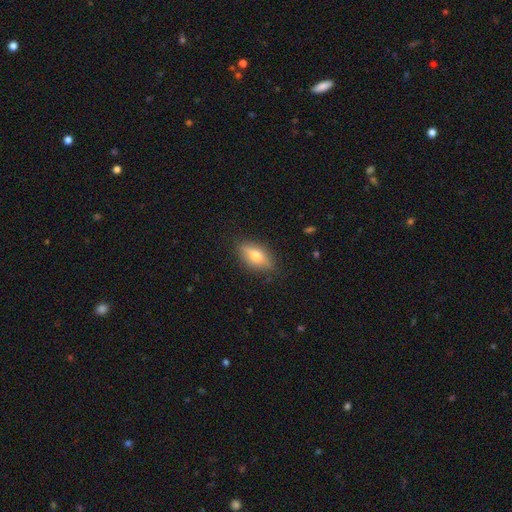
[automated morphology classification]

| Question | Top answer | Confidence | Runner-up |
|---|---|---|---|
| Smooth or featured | smooth | 52% | featured or disk (40%) |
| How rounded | in between | 74% | cigar-shaped (20%) |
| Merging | none | 84% | minor disturbance (12%) |